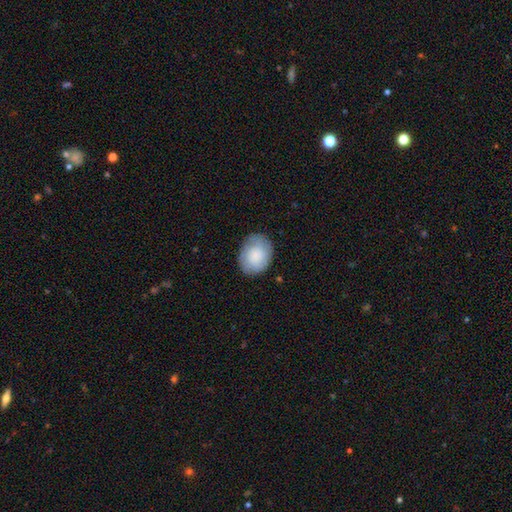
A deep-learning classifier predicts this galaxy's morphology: smooth_or_featured: smooth (p=0.77) [alt: featured or disk p=0.16]
how_rounded: in between (p=0.53) [alt: round p=0.46]
merging: none (p=0.78) [alt: minor disturbance p=0.16]